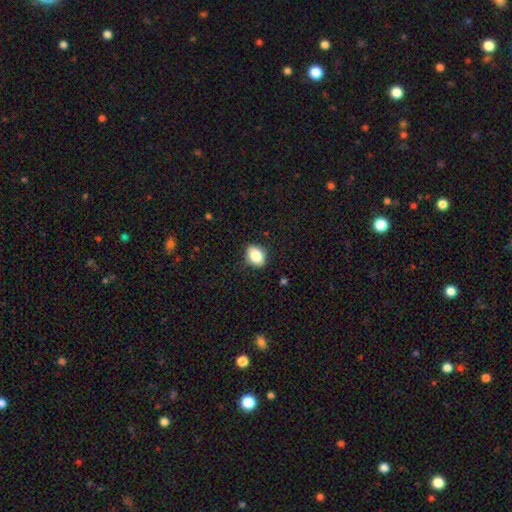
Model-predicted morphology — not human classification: type=smooth (83%); roundness=in between (67%); merging=none (84%).